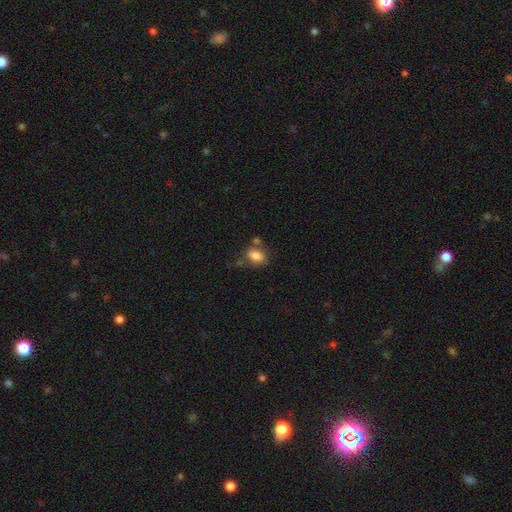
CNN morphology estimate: Q: Smooth or featured?
A: smooth (82%); runner-up: star or artifact (9%)
Q: How rounded?
A: in between (81%); runner-up: round (17%)
Q: Merging?
A: none (54%); runner-up: minor disturbance (20%)